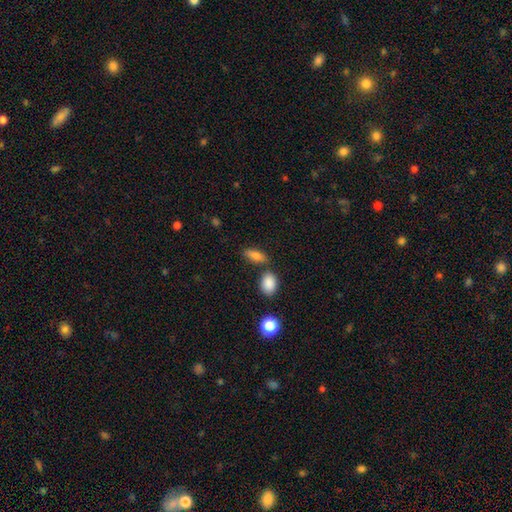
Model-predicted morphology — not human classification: type=smooth (82%); roundness=in between (77%); merging=none (70%).